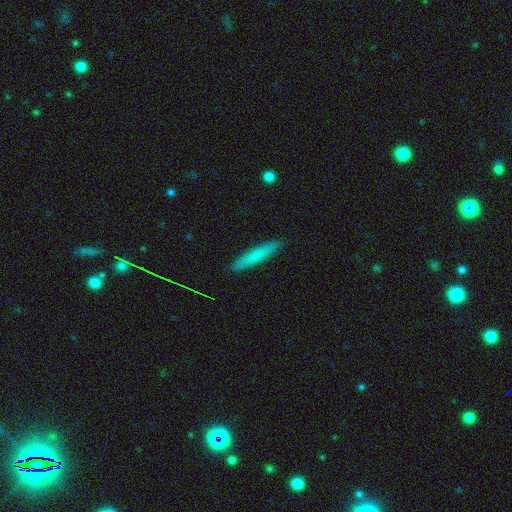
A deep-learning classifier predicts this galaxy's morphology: smooth-or-featured: smooth: 75% | featured or disk: 19% | star or artifact: 6%
  how-rounded: cigar-shaped: 92% | in between: 7% | round: 1%
  merging: none: 91% | minor disturbance: 6% | major disturbance: 1% | merger: 1%